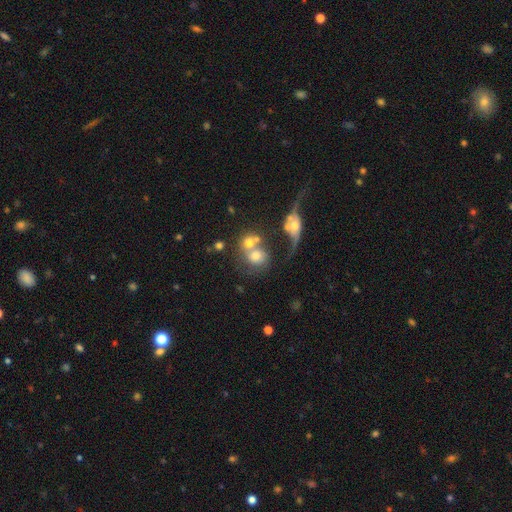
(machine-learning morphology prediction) A smooth galaxy with no disk features (59%) that is round (70%).

Vote fractions:
- Smooth or featured? smooth: 59% / featured or disk: 30% / star or artifact: 12%
- How rounded? round: 70% / in between: 29% / cigar-shaped: 2%
- Merging? merger: 55% / none: 23% / major disturbance: 13% / minor disturbance: 9%